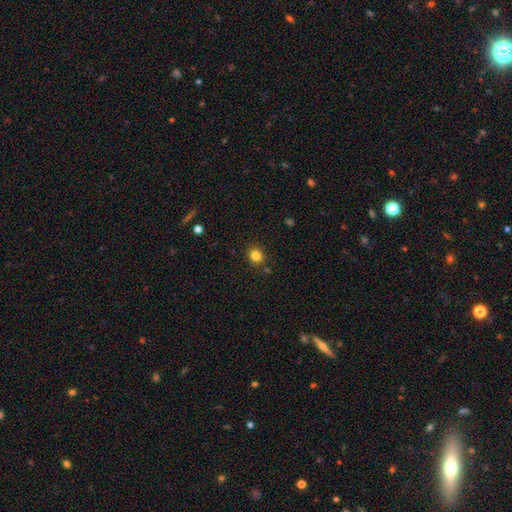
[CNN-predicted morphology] This appears to be a smooth galaxy with no disk features (82%) that is round (78%). Merging: none (86%).